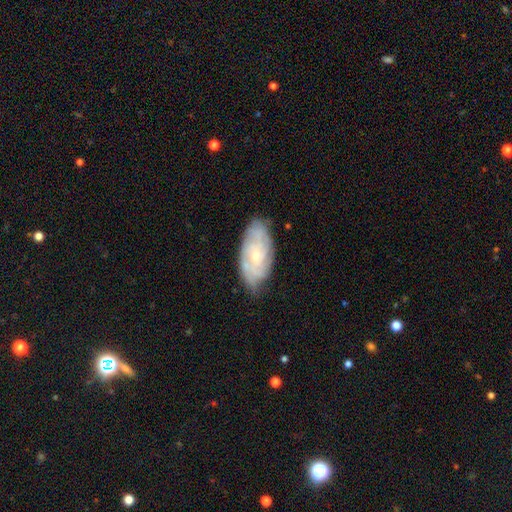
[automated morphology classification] smooth_or_featured: featured or disk (p=0.71) [alt: smooth p=0.22]
disk_edge_on: no (p=0.93) [alt: yes p=0.07]
bar: no (p=0.74) [alt: weak p=0.22]
has_spiral_arms: yes (p=0.88) [alt: no p=0.12]
spiral_winding: tight (p=0.68) [alt: medium p=0.25]
spiral_arm_count: can't tell (p=0.51) [alt: 2 p=0.16]
bulge_size: small (p=0.68) [alt: moderate p=0.28]
merging: none (p=0.73) [alt: minor disturbance p=0.21]